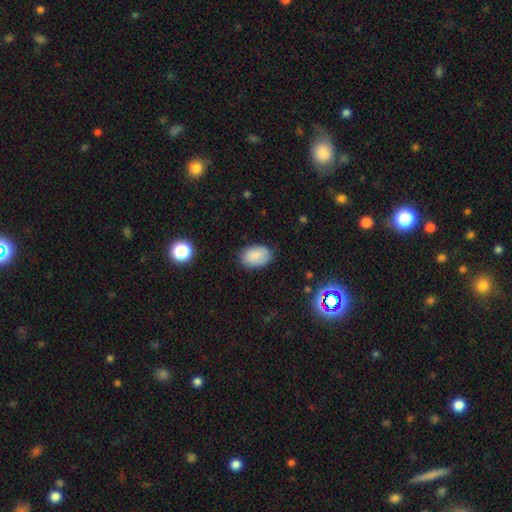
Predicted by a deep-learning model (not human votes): Smooth or featured? Predicted: smooth (p=0.85). How rounded? Predicted: in between (p=0.87). Merging? Predicted: none (p=0.82).